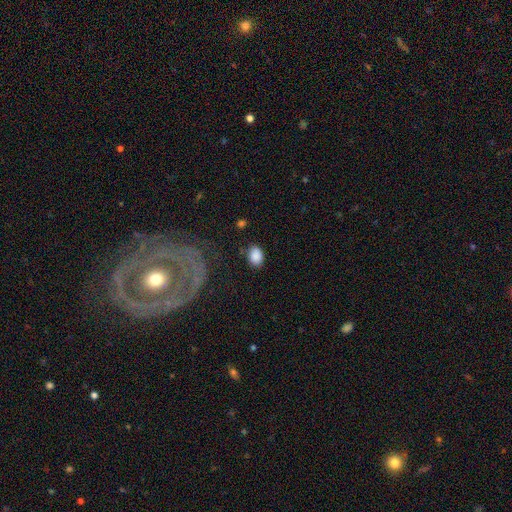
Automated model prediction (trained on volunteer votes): smooth_or_featured: smooth (p=0.86) [alt: star or artifact p=0.08]
how_rounded: in between (p=0.73) [alt: round p=0.26]
merging: none (p=0.76) [alt: minor disturbance p=0.17]